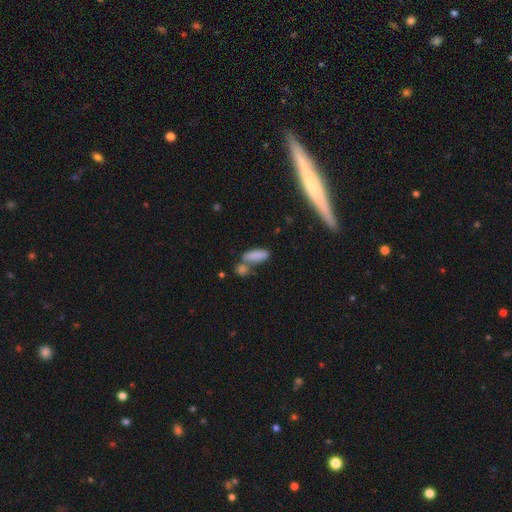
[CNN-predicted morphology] smooth_or_featured: smooth (p=0.82) [alt: star or artifact p=0.09]
how_rounded: in between (p=0.63) [alt: cigar-shaped p=0.34]
merging: none (p=0.48) [alt: merger p=0.33]